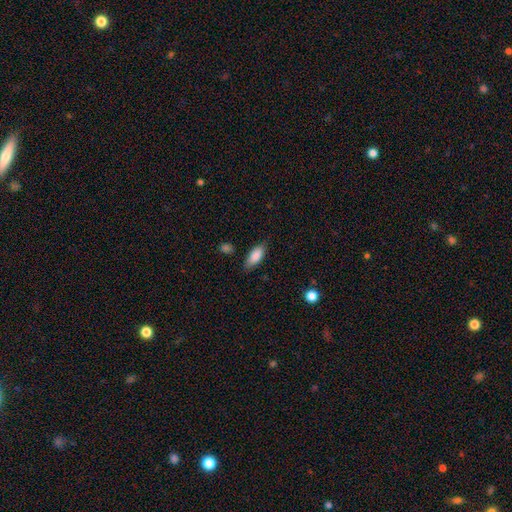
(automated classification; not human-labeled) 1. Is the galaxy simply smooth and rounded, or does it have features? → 85% smooth, 9% featured or disk, 6% star or artifact.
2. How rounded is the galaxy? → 81% in between, 16% cigar-shaped, 2% round.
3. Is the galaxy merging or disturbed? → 79% none, 15% minor disturbance, 3% major disturbance, 2% merger.